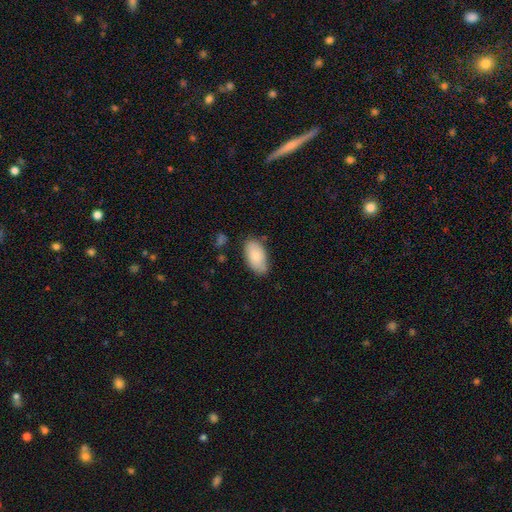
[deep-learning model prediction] A smooth galaxy with no disk features (82%) that is in between round and cigar-shaped (95%). Merging: none (72%).